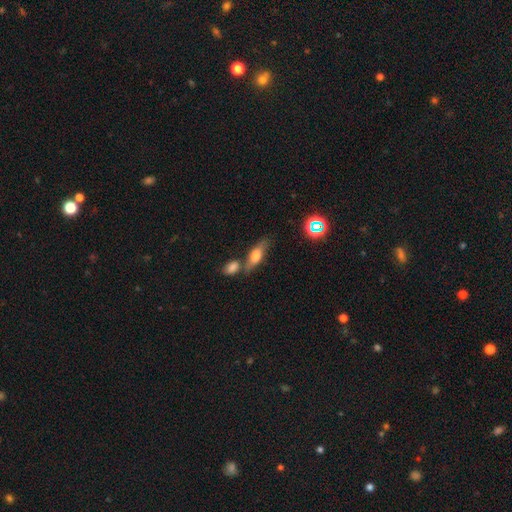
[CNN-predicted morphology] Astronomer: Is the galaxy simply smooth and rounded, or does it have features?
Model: smooth — 58%.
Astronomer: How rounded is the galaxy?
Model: in between — 59% (runner-up: cigar-shaped, 36%).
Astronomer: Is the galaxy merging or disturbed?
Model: none — 55%.